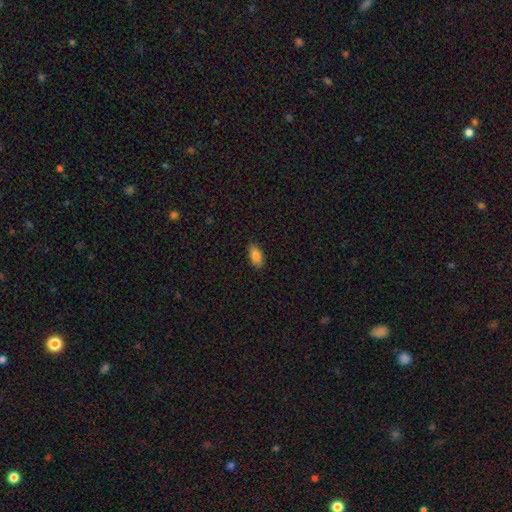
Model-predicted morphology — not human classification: Smooth or featured: smooth — 86% (star or artifact — 8%)
How rounded: in between — 91% (cigar-shaped — 6%)
Merging: none — 87% (minor disturbance — 10%)